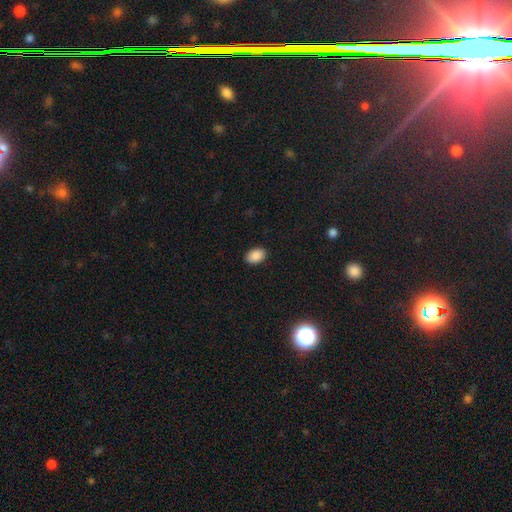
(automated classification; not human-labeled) A smooth galaxy with no disk features (89%) that is in between round and cigar-shaped (87%).

Vote fractions:
- Smooth or featured? smooth: 89% / star or artifact: 8% / featured or disk: 3%
- How rounded? in between: 87% / round: 12% / cigar-shaped: 1%
- Merging? none: 89% / minor disturbance: 8% / major disturbance: 2% / merger: 1%